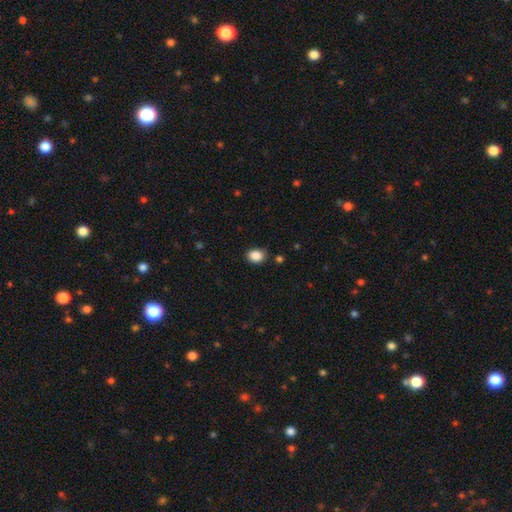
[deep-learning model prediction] A smooth galaxy with no disk features (87%) that is in between round and cigar-shaped (55%). Merging: none (83%).